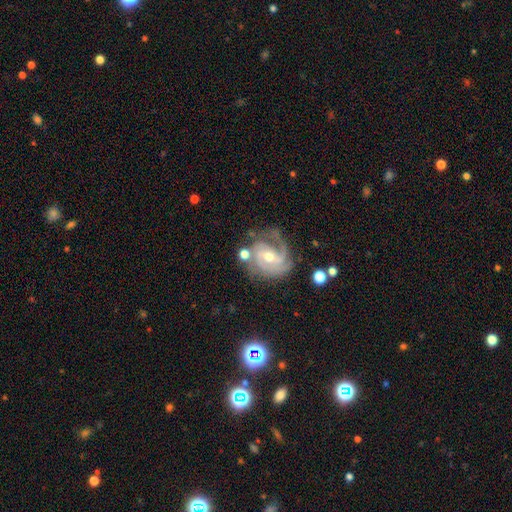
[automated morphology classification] This appears to be a featured or disk galaxy (78%) with no bar (50%), 2 (33%) tight (57%) spiral arms (93%) and a small central bulge (50%). Merging: none (61%).